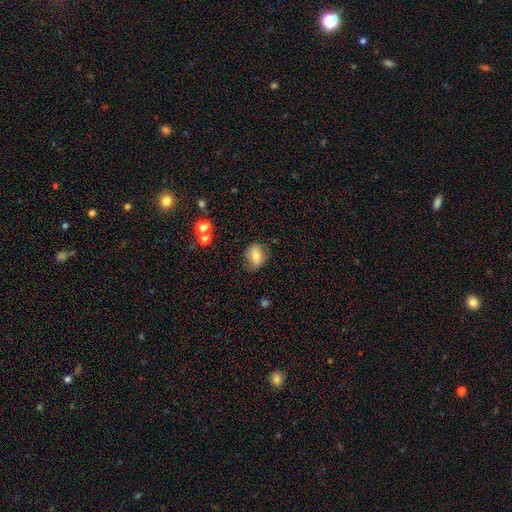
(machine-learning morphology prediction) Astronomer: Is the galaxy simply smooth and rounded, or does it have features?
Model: smooth — 62%.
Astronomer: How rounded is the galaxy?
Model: in between — 57% (runner-up: round, 41%).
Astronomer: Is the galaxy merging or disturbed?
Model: none — 73%.